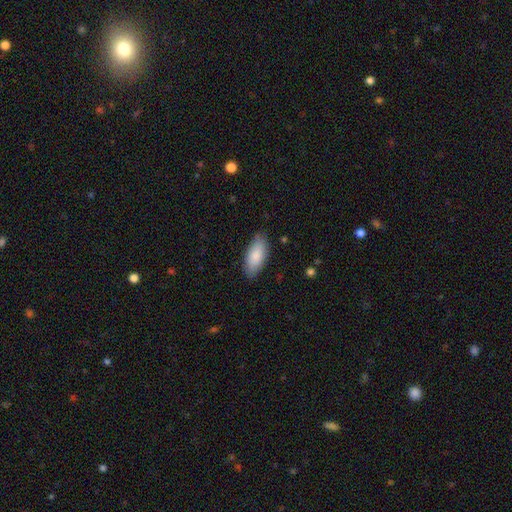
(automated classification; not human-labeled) A smooth galaxy with no disk features (85%) that is in between round and cigar-shaped (88%). Merging: none (82%).